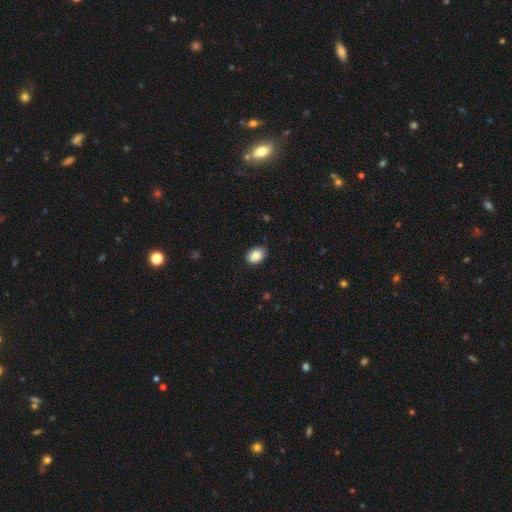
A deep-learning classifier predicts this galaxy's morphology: Smooth or featured? smooth (86%)
How rounded? in between (79%)
Merging? none (87%)